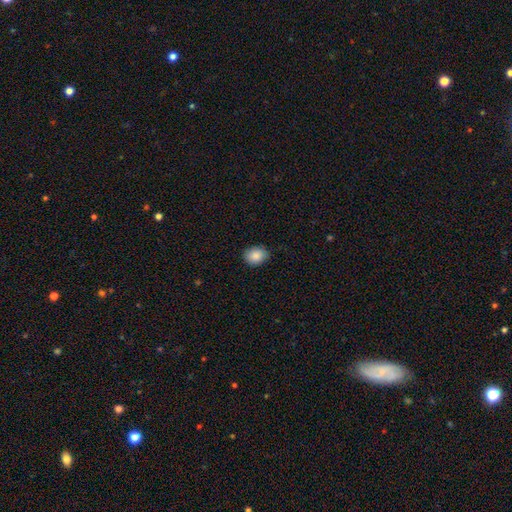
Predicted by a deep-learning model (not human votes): Smooth or featured: smooth — 88% (star or artifact — 8%)
How rounded: in between — 59% (round — 40%)
Merging: none — 85% (minor disturbance — 12%)